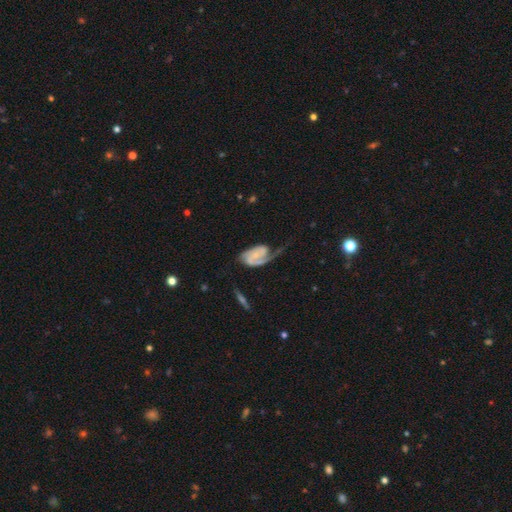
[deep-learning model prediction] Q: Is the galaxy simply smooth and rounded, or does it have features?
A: featured or disk — 76%.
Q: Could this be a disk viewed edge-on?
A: no — 97%.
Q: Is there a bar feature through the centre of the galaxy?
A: no — 62%.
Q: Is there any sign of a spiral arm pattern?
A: yes — 93%.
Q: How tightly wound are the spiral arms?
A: medium — 38%.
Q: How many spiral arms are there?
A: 1 — 52%.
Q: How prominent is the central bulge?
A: small — 52%.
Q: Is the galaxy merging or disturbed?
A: major disturbance — 41%.